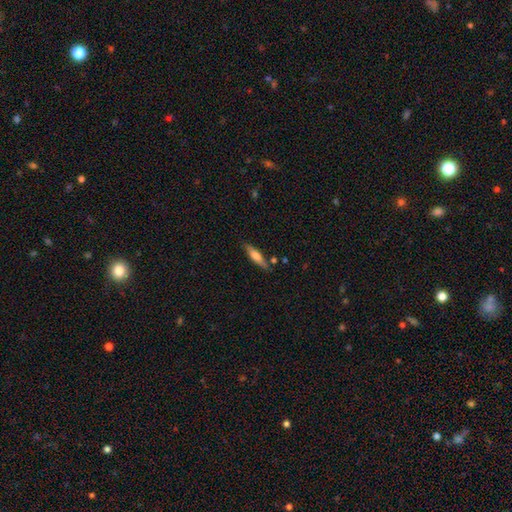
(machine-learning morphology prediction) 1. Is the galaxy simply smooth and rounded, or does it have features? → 62% smooth, 32% featured or disk, 6% star or artifact.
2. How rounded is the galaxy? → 73% cigar-shaped, 26% in between, 2% round.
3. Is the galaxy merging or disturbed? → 77% none, 15% minor disturbance, 5% merger, 3% major disturbance.